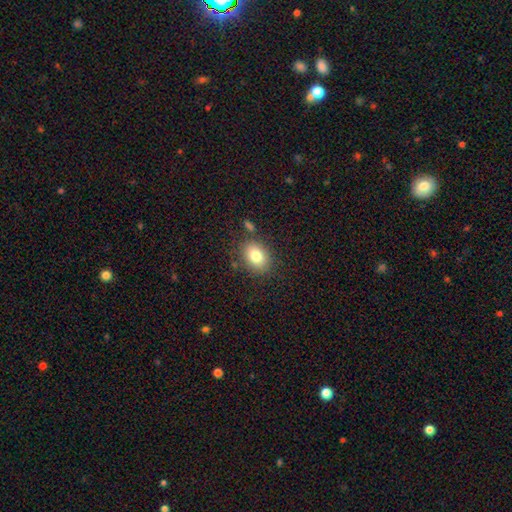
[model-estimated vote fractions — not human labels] Morphology: type=smooth (82%); roundness=in between (67%); merging=none (80%).